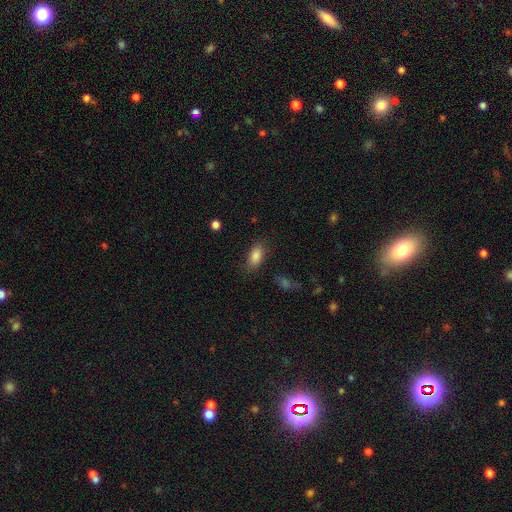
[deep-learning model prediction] smooth 85%, star or artifact 8%, featured or disk 7%. Down the decision tree: how rounded — in between (90%); merging — none (77%).